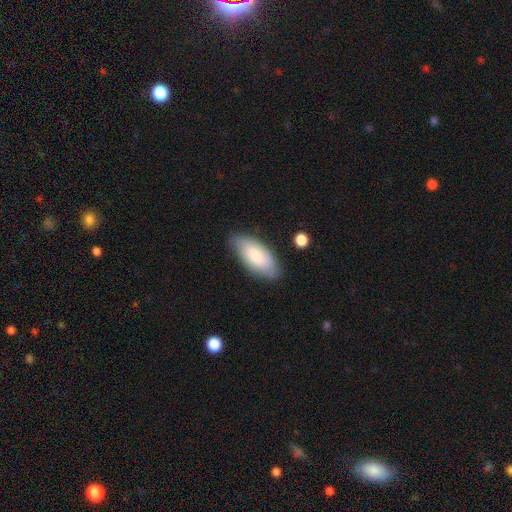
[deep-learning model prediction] Overall: smooth (71%). How rounded: in between (90%). Merging: none (77%).